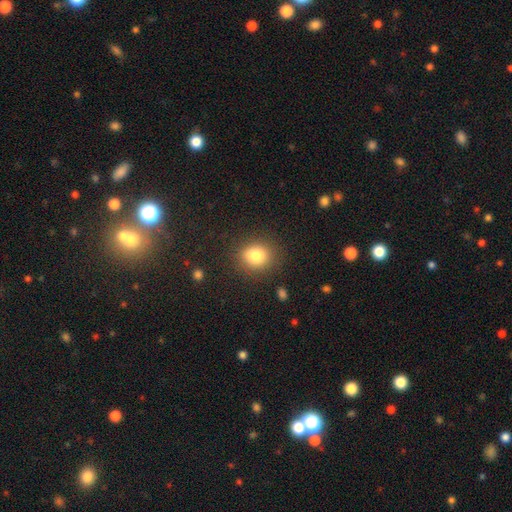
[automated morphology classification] This is clearly a smooth galaxy (82%). How rounded: likely round (64%). Merging: clearly none (84%).